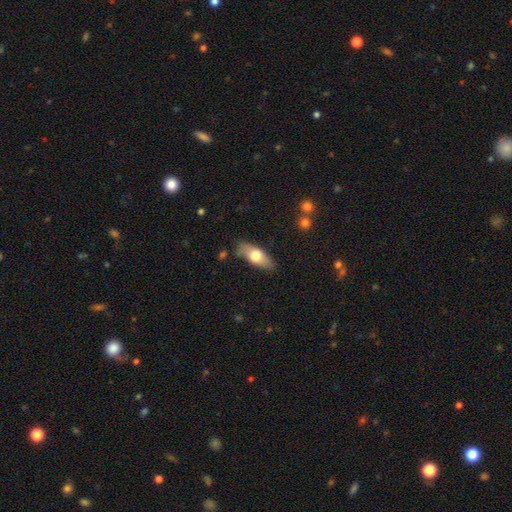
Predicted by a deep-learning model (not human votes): Overall: smooth (65%; featured or disk 29%). How rounded: in between (75%). Merging: none (81%).